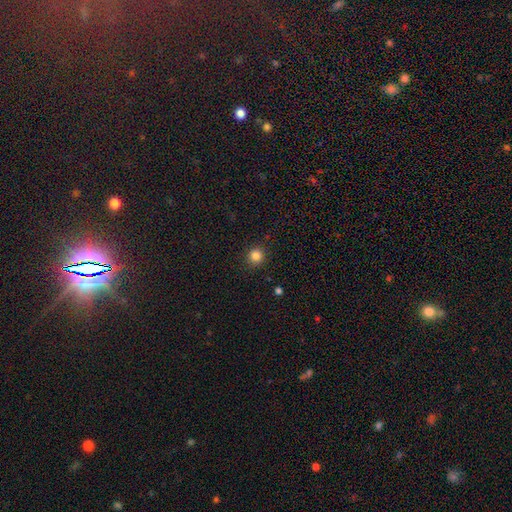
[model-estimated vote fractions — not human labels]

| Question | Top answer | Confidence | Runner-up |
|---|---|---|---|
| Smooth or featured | smooth | 84% | star or artifact (12%) |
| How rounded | round | 93% | in between (6%) |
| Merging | none | 91% | minor disturbance (6%) |